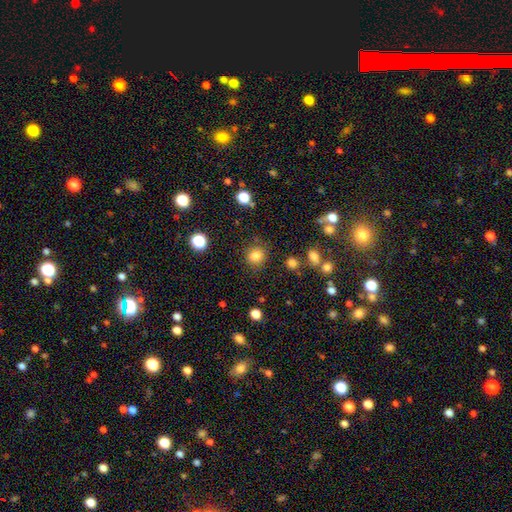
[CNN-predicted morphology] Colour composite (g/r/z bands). It shows a smooth galaxy with no disk features (83%) that is round (86%). Merging: none (84%).